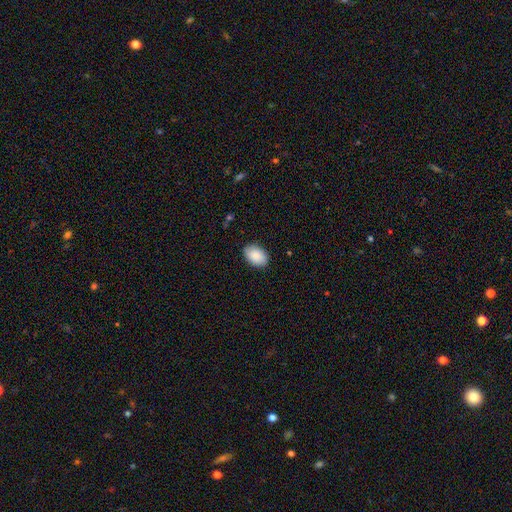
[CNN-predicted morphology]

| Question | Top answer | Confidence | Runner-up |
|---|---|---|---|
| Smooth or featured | smooth | 90% | star or artifact (6%) |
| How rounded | in between | 89% | round (9%) |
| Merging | none | 87% | minor disturbance (10%) |